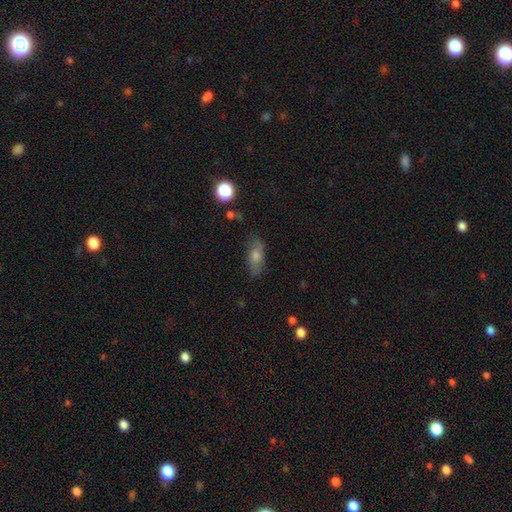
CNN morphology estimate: The model was most divided on "smooth or featured": smooth: 59%, featured or disk: 27%, star or artifact: 14%. More confident: merging — none (76%); how rounded — in between (72%).